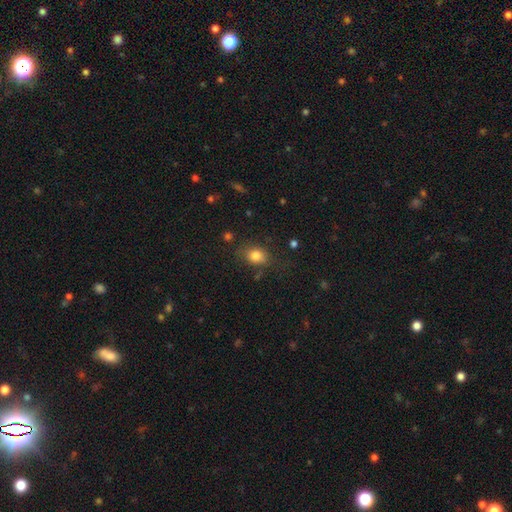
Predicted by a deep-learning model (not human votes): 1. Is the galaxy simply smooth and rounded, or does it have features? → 81% smooth, 11% star or artifact, 8% featured or disk.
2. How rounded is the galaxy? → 60% in between, 39% round, 1% cigar-shaped.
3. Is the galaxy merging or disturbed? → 70% none, 20% minor disturbance, 7% major disturbance, 3% merger.